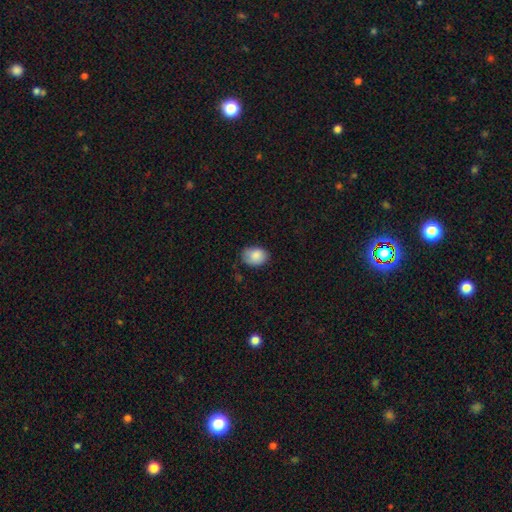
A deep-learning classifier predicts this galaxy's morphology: Q: Smooth or featured?
A: smooth (86%); runner-up: star or artifact (7%)
Q: How rounded?
A: in between (63%); runner-up: round (36%)
Q: Merging?
A: none (66%); runner-up: minor disturbance (27%)